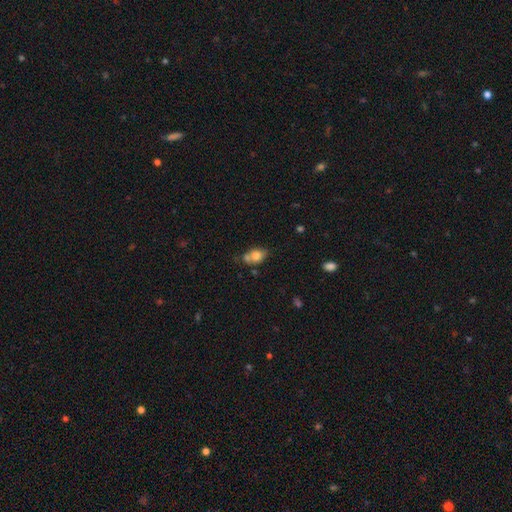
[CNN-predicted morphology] type=smooth (75%); roundness=in between (71%); merging=none (45%).